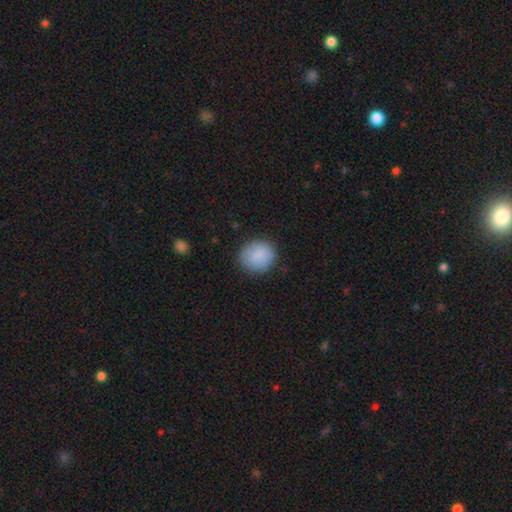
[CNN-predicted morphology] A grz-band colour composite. It shows a smooth galaxy with no disk features (86%) that is round (82%). Merging: none (84%).